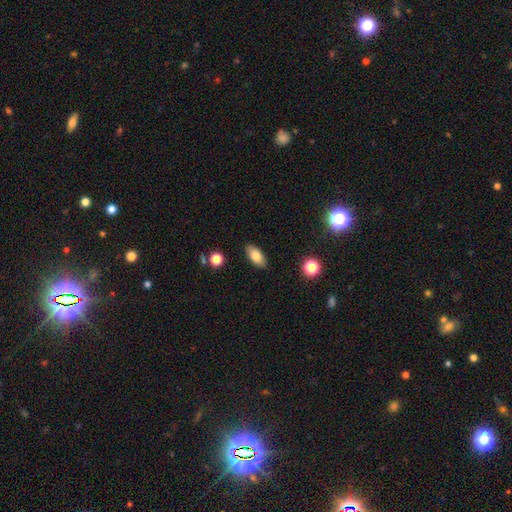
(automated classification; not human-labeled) smooth 81%, featured or disk 11%, star or artifact 8%. Down the decision tree: how rounded — in between (89%); merging — none (87%).